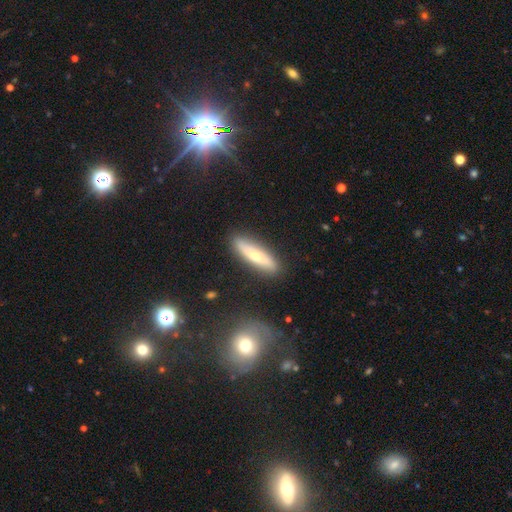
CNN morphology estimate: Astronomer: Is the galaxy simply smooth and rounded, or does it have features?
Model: smooth — 53% (runner-up: featured or disk, 41%).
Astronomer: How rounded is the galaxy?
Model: cigar-shaped — 71%.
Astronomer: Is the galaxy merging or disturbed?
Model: none — 87%.